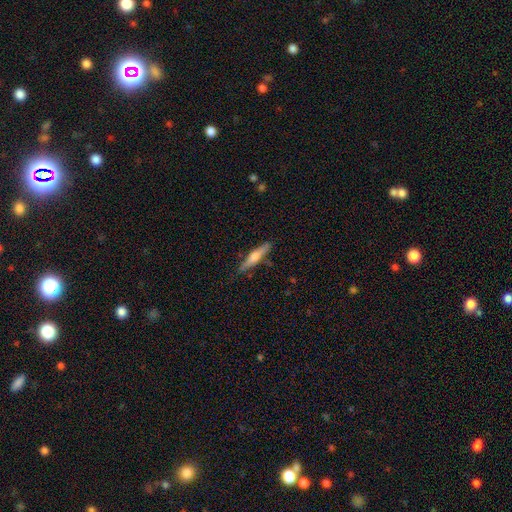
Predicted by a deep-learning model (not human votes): Q: Smooth or featured?
A: smooth (50%); runner-up: featured or disk (44%)
Q: How rounded?
A: cigar-shaped (86%); runner-up: in between (12%)
Q: Merging?
A: none (84%); runner-up: minor disturbance (12%)